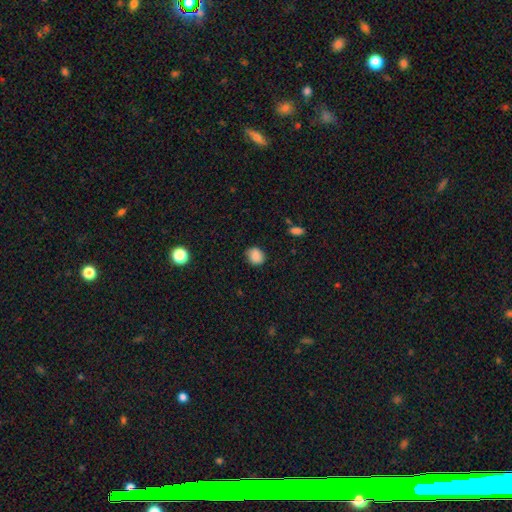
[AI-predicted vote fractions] smooth_or_featured: smooth (p=0.86) [alt: star or artifact p=0.10]
how_rounded: round (p=0.69) [alt: in between p=0.30]
merging: none (p=0.78) [alt: minor disturbance p=0.17]